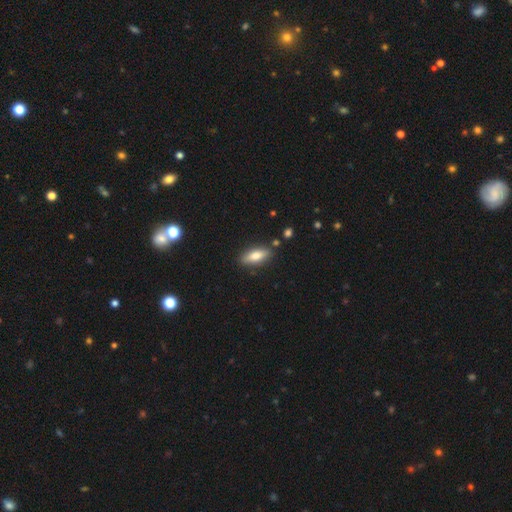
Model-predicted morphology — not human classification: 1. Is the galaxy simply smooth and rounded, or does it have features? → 77% smooth, 17% featured or disk, 7% star or artifact.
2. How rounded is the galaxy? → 69% in between, 29% cigar-shaped, 2% round.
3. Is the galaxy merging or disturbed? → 84% none, 11% minor disturbance, 3% merger, 2% major disturbance.